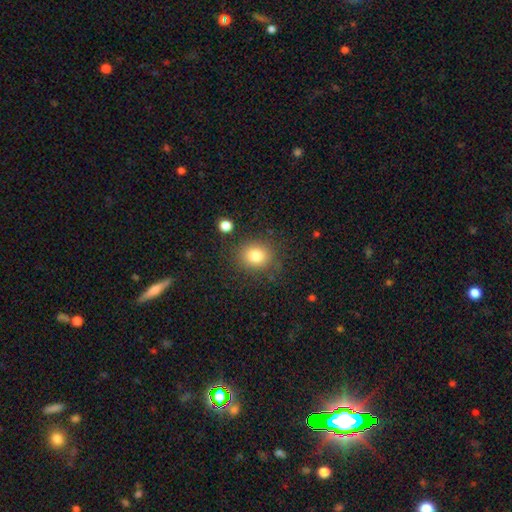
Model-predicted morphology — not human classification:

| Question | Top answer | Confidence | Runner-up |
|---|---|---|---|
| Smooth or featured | smooth | 80% | star or artifact (12%) |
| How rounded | round | 73% | in between (26%) |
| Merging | none | 81% | minor disturbance (11%) |